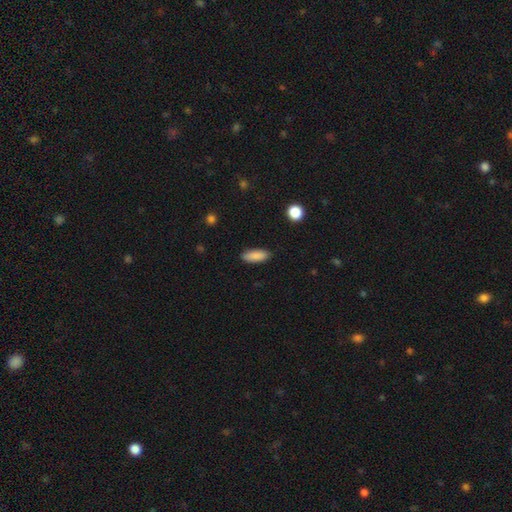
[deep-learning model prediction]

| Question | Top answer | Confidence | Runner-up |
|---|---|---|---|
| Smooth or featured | smooth | 88% | star or artifact (7%) |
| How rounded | in between | 74% | cigar-shaped (24%) |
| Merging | none | 87% | minor disturbance (9%) |